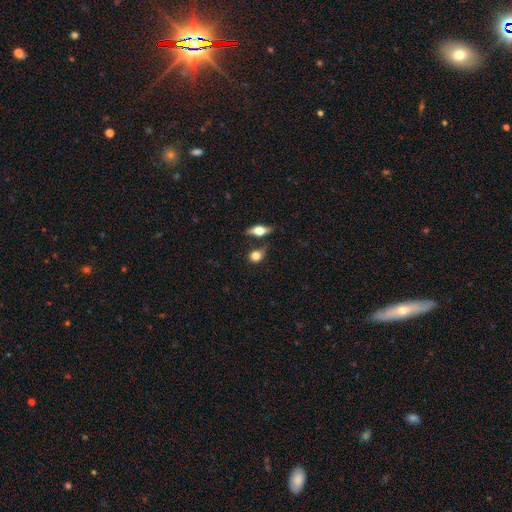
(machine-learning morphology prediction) The model was most divided on "how rounded": round: 60%, in between: 34%, cigar-shaped: 6%. More confident: smooth or featured — smooth (77%); merging — none (56%).